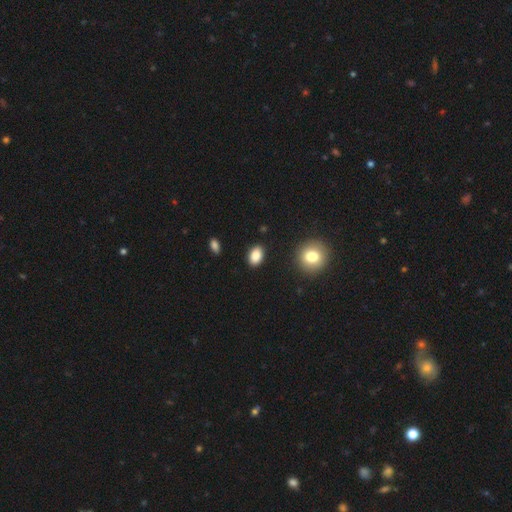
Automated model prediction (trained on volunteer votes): smooth_or_featured: smooth (p=0.87) [alt: star or artifact p=0.09]
how_rounded: in between (p=0.84) [alt: round p=0.14]
merging: none (p=0.89) [alt: minor disturbance p=0.08]